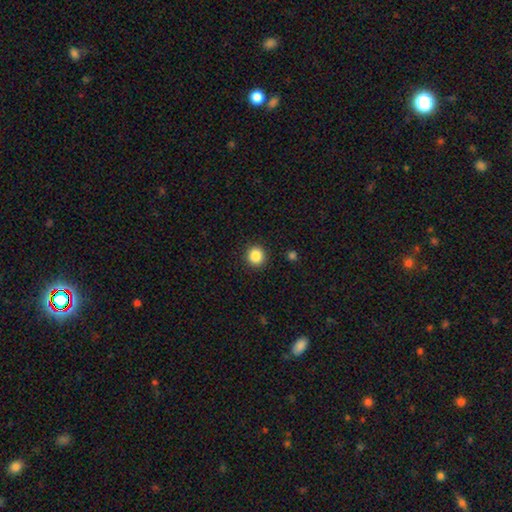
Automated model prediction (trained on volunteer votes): Q: Smooth or featured?
A: smooth (87%); runner-up: star or artifact (10%)
Q: How rounded?
A: round (92%); runner-up: in between (7%)
Q: Merging?
A: none (92%); runner-up: minor disturbance (5%)